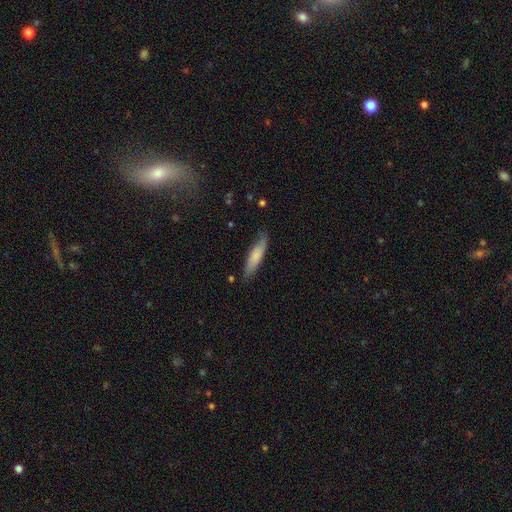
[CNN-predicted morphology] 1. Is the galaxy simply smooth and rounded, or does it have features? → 76% smooth, 19% featured or disk, 5% star or artifact.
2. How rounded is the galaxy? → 74% cigar-shaped, 25% in between, 1% round.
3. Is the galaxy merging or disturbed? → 80% none, 16% minor disturbance, 3% major disturbance, 1% merger.